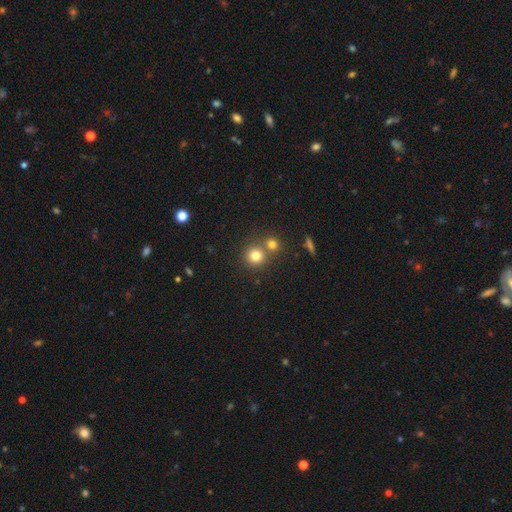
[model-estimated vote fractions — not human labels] This appears to be a smooth galaxy with no disk features (78%) that is round (91%). Merging: none (62%).